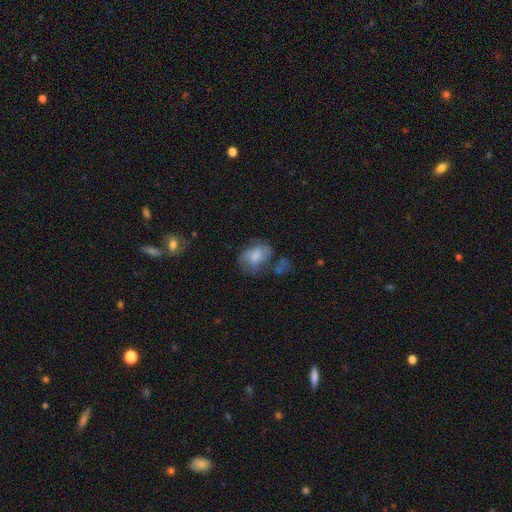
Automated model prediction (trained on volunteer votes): Q: Smooth or featured?
A: smooth (60%); runner-up: featured or disk (32%)
Q: How rounded?
A: in between (73%); runner-up: round (25%)
Q: Merging?
A: none (41%); runner-up: minor disturbance (25%)